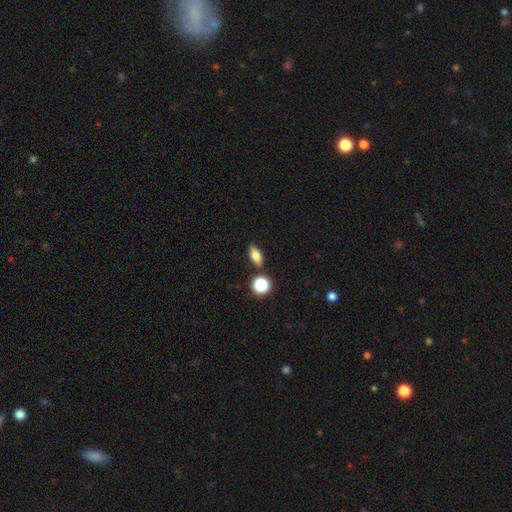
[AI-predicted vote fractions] Smooth or featured?
  - smooth: 72% *
  - featured or disk: 17%
  - star or artifact: 11%
How rounded?
  - in between: 71% *
  - cigar-shaped: 17%
  - round: 12%
Merging?
  - none: 83% *
  - minor disturbance: 9%
  - merger: 6%
  - major disturbance: 2%